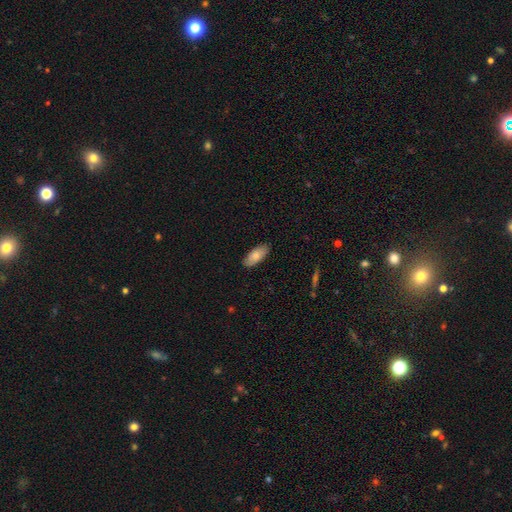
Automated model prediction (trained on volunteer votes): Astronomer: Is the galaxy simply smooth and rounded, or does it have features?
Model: smooth — 79%.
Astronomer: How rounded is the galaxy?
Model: in between — 85%.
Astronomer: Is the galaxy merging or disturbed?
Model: none — 86%.